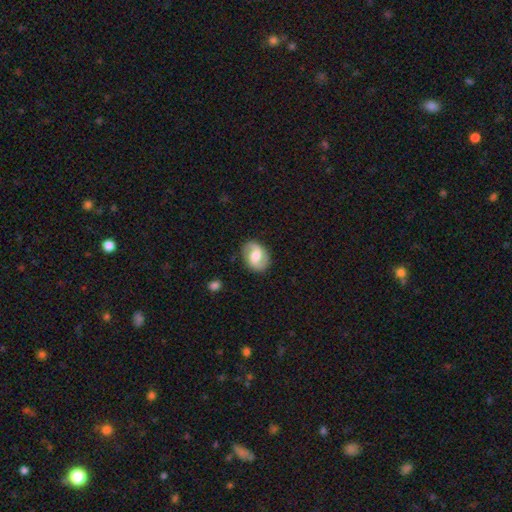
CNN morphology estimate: This is likely a featured or disk galaxy (69%). It is clearly not viewed edge-on (97%). Bar: possibly weak (49%). Spiral arm pattern: clearly yes (91%). Spiral arm count: clearly 2 (90%). Spiral winding: possibly medium (47%). Central bulge: possibly moderate (59%). Merging: clearly none (84%).